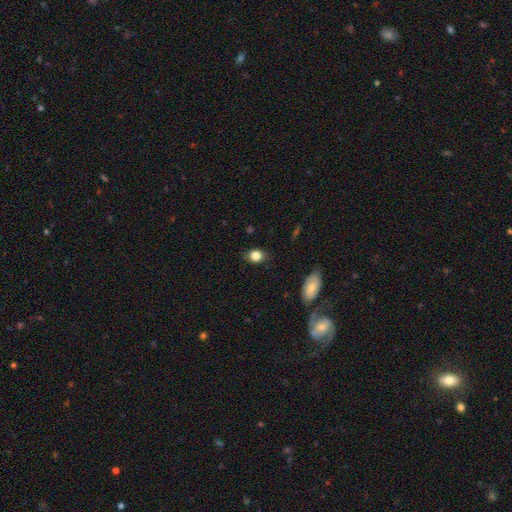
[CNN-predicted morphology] Smooth or featured? Predicted: smooth (p=0.83). How rounded? Predicted: in between (p=0.55). Merging? Predicted: none (p=0.80).